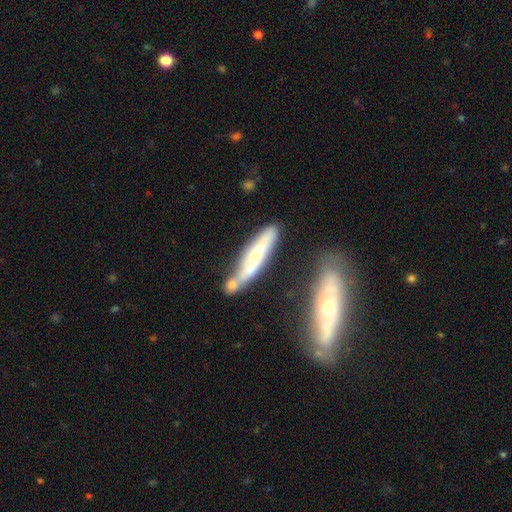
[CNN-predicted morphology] Smooth or featured? smooth (49%)
Merging? none (48%)